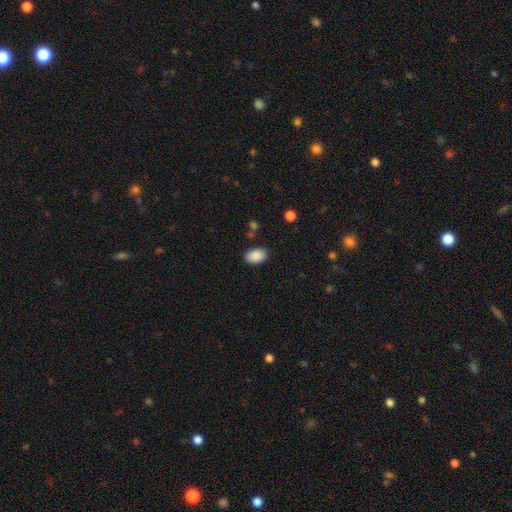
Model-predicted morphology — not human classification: Smooth or featured? smooth (89%)
How rounded? in between (89%)
Merging? none (85%)